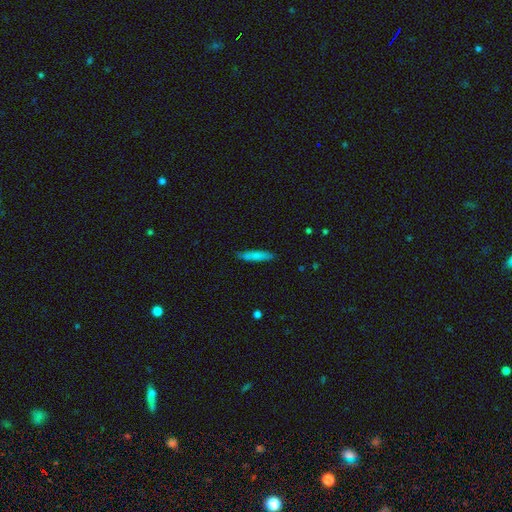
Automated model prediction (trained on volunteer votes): A smooth galaxy with no disk features (79%) that is cigar-shaped (85%).

Vote fractions:
- Smooth or featured? smooth: 79% / featured or disk: 15% / star or artifact: 6%
- How rounded? cigar-shaped: 85% / in between: 14% / round: 1%
- Merging? none: 85% / minor disturbance: 11% / major disturbance: 2% / merger: 1%